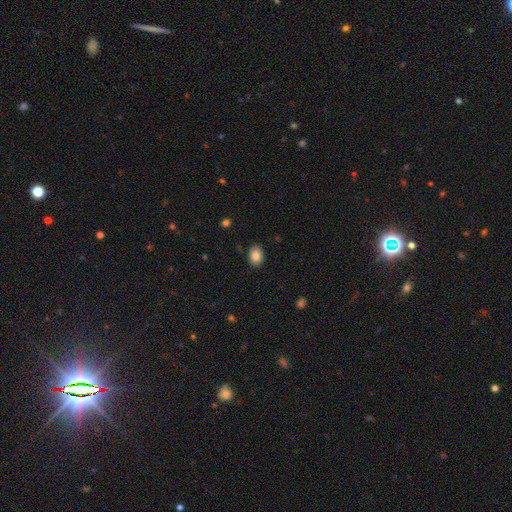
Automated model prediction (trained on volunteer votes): smooth-or-featured: smooth: 85% | star or artifact: 8% | featured or disk: 7%
  how-rounded: in between: 76% | round: 23% | cigar-shaped: 1%
  merging: none: 88% | minor disturbance: 9% | major disturbance: 2% | merger: 1%